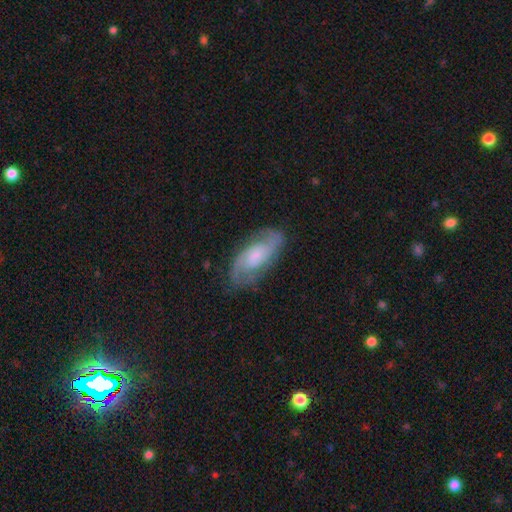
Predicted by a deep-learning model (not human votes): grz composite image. It shows a featured or disk galaxy (79%) with no bar (54%), 2 (85%) medium (50%) spiral arms (95%) and a small central bulge (47%). Merging: none (77%).